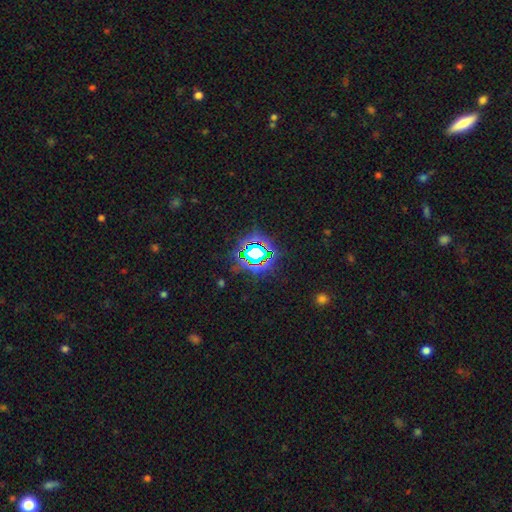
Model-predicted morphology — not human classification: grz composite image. It shows a star or artifact, not a galaxy (74%).